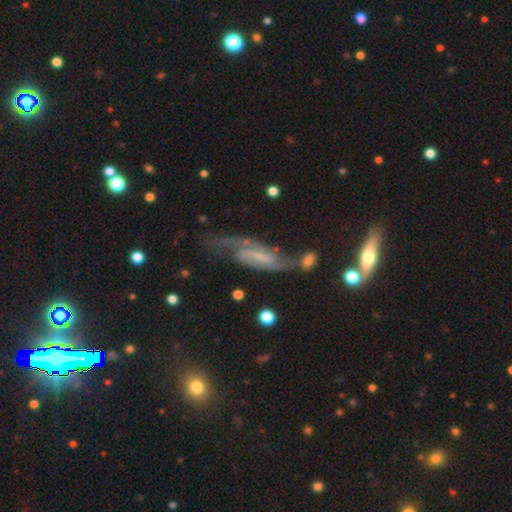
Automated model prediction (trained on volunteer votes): The model was most divided on "bulge size": small: 44%, none: 36%, moderate: 15%, large: 3%, dominant: 1%. Remaining: spiral arms — yes (93%); edge-on disk — no (86%); spiral arm count — 2 (81%); smooth or featured — featured or disk (81%); merging — none (50%); spiral winding — medium (44%); bar — weak (41%).